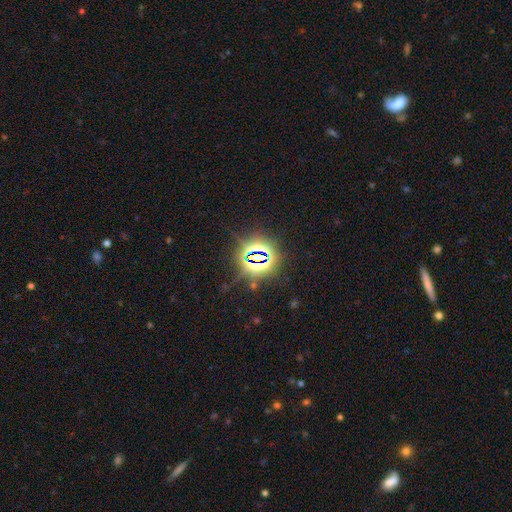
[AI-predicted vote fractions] Smooth or featured: star or artifact — 81% (smooth — 11%)